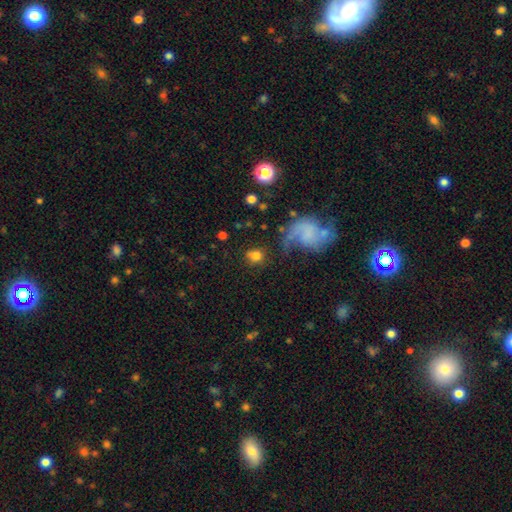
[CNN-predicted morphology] Overall: smooth (70%). How rounded: round (78%). Merging: none (69%).